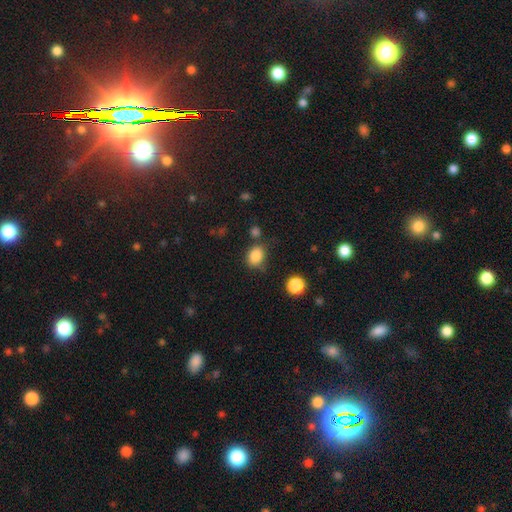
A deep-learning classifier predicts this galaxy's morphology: A smooth galaxy with no disk features (85%) that is in between round and cigar-shaped (57%).

Vote fractions:
- Smooth or featured? smooth: 85% / star or artifact: 11% / featured or disk: 5%
- How rounded? in between: 57% / round: 42% / cigar-shaped: 1%
- Merging? none: 67% / minor disturbance: 19% / merger: 8% / major disturbance: 6%